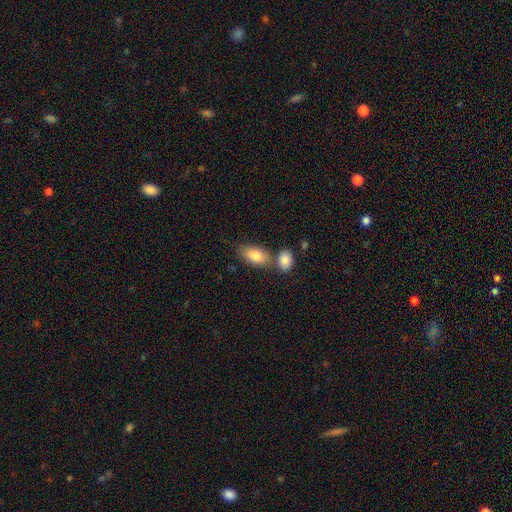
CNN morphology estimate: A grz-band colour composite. It shows a smooth galaxy with no disk features (83%) that is in between round and cigar-shaped (91%). Merging: none (53%).